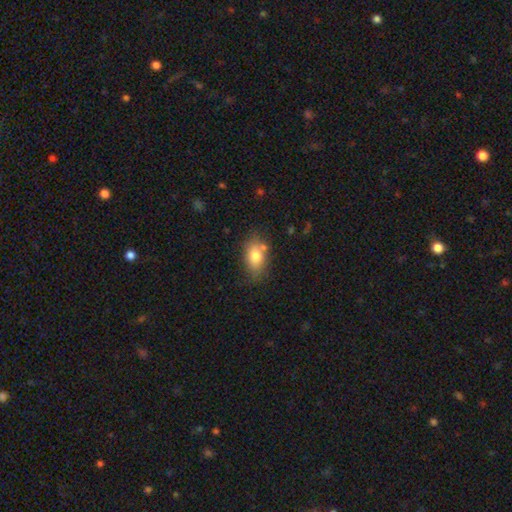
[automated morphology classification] Smooth or featured? Predicted: smooth (p=0.78). How rounded? Predicted: in between (p=0.85). Merging? Predicted: none (p=0.69).